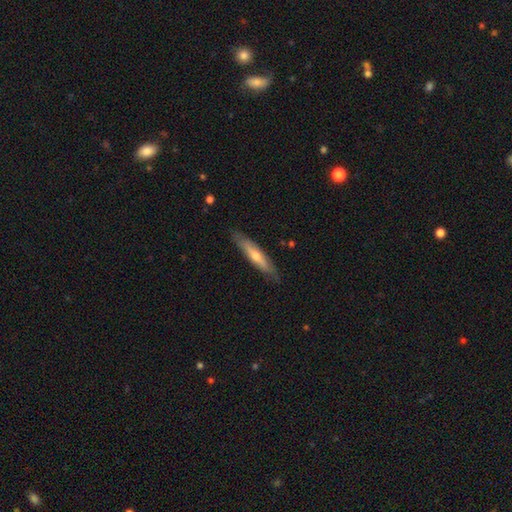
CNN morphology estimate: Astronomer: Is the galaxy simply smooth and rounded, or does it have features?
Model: featured or disk — 52% (runner-up: smooth, 41%).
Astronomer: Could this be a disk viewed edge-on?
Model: yes — 83%.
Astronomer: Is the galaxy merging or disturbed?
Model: none — 86%.